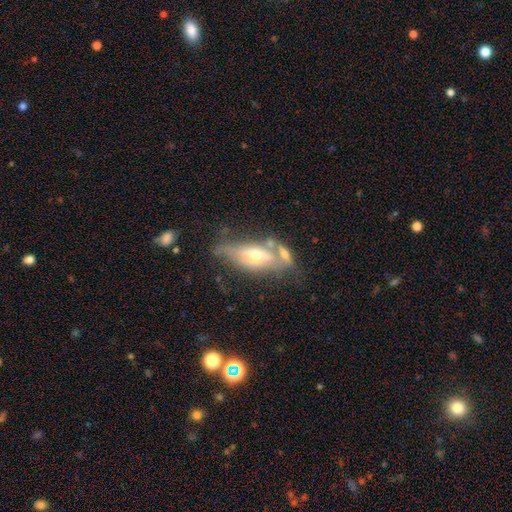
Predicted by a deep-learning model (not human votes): A featured or disk galaxy (66%) viewed edge-on (66%). Merging: none (44%).